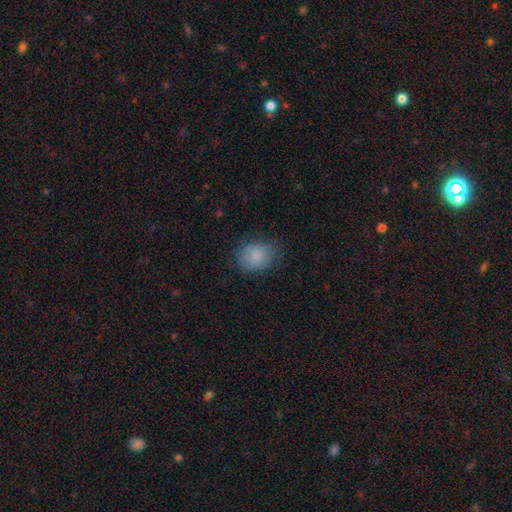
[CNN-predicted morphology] smooth-or-featured: smooth: 85% | star or artifact: 8% | featured or disk: 7%
  how-rounded: round: 57% | in between: 42% | cigar-shaped: 1%
  merging: none: 70% | minor disturbance: 22% | major disturbance: 6% | merger: 1%